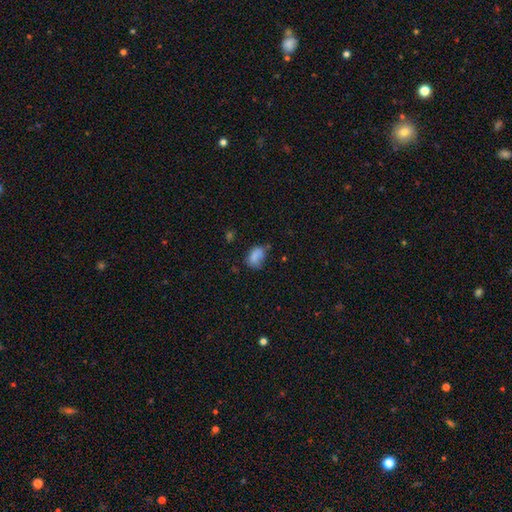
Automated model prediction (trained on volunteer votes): A smooth galaxy with no disk features (78%) that is in between round and cigar-shaped (81%).

Vote fractions:
- Smooth or featured? smooth: 78% / star or artifact: 11% / featured or disk: 11%
- How rounded? in between: 81% / round: 17% / cigar-shaped: 1%
- Merging? none: 47% / minor disturbance: 32% / major disturbance: 12% / merger: 9%